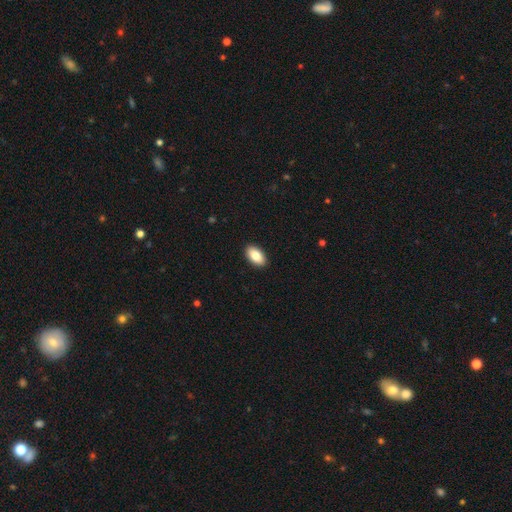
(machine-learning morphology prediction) This appears to be a smooth galaxy with no disk features (85%) that is in between round and cigar-shaped (94%). Merging: none (91%).